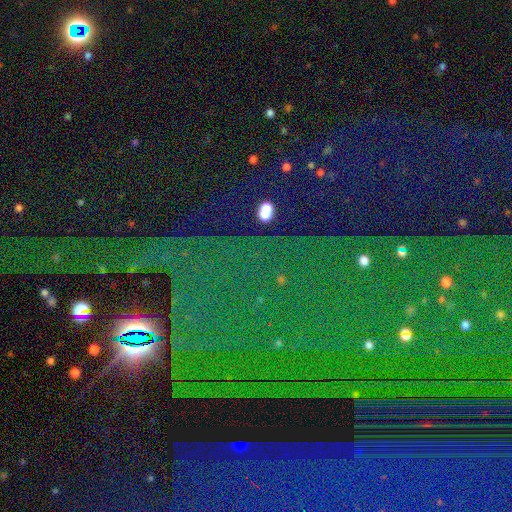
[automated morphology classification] The model was most divided on "smooth or featured": star or artifact: 85%, featured or disk: 7%, smooth: 7%.